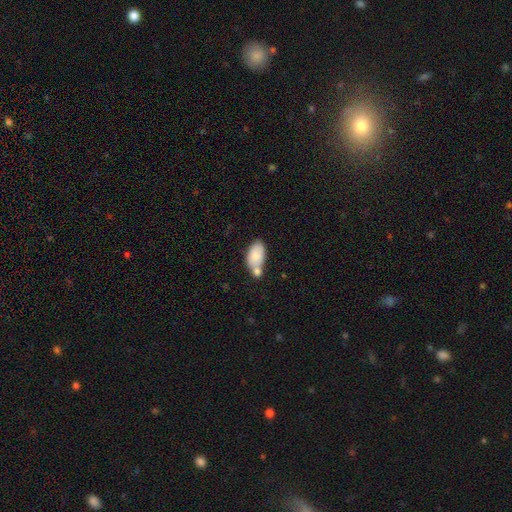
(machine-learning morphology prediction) A smooth galaxy with no disk features (81%) that is in between round and cigar-shaped (93%).

Vote fractions:
- Smooth or featured? smooth: 81% / featured or disk: 12% / star or artifact: 7%
- How rounded? in between: 93% / round: 4% / cigar-shaped: 3%
- Merging? none: 42% / merger: 36% / minor disturbance: 17% / major disturbance: 5%